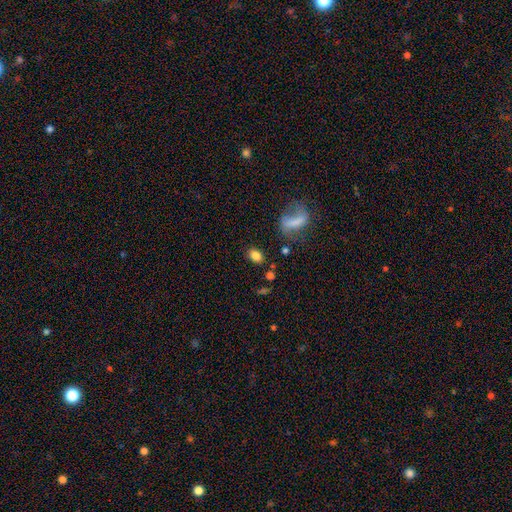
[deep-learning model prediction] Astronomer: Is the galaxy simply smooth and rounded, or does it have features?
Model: smooth — 81%.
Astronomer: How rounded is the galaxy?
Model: in between — 79%.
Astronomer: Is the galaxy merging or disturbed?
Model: none — 79%.